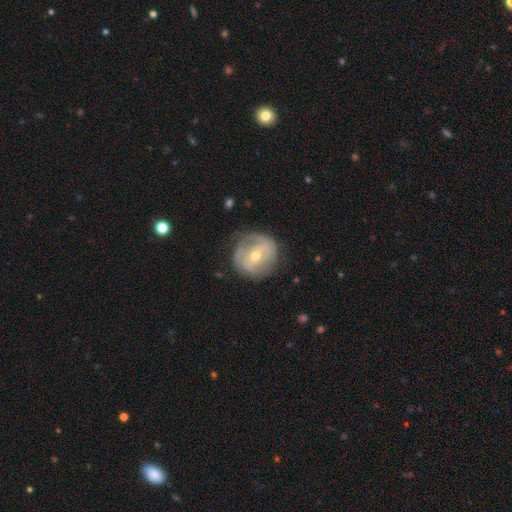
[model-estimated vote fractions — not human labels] smooth_or_featured: featured or disk (p=0.73) [alt: smooth p=0.20]
disk_edge_on: no (p=0.96) [alt: yes p=0.04]
bar: weak (p=0.41) [alt: no p=0.38]
has_spiral_arms: yes (p=0.80) [alt: no p=0.20]
spiral_winding: tight (p=0.56) [alt: medium p=0.31]
spiral_arm_count: 2 (p=0.47) [alt: can't tell p=0.32]
bulge_size: moderate (p=0.51) [alt: small p=0.45]
merging: none (p=0.70) [alt: minor disturbance p=0.20]